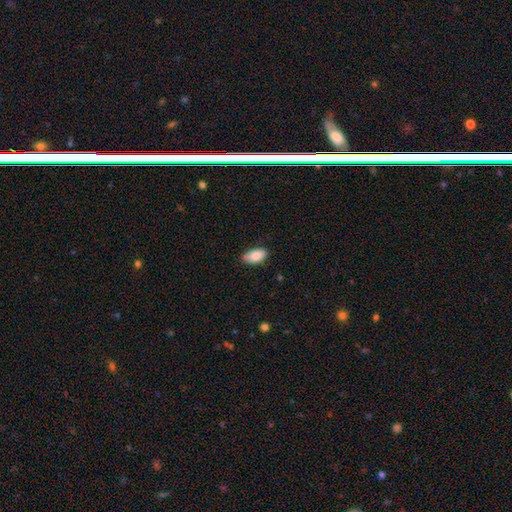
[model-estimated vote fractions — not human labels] Smooth or featured? Predicted: smooth (p=0.87). How rounded? Predicted: in between (p=0.93). Merging? Predicted: none (p=0.81).